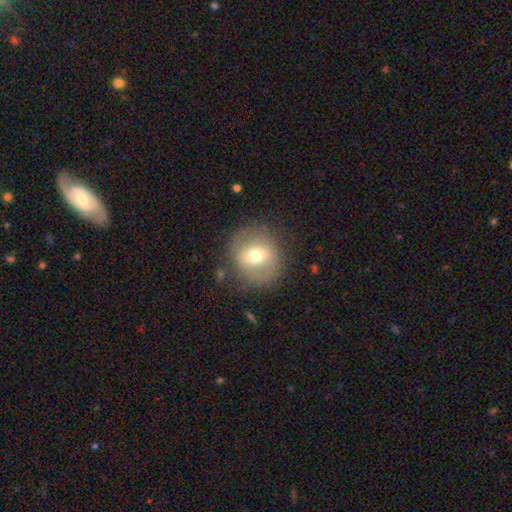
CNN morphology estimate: This is possibly a smooth galaxy (57%). How rounded: clearly round (87%). Merging: likely none (78%).